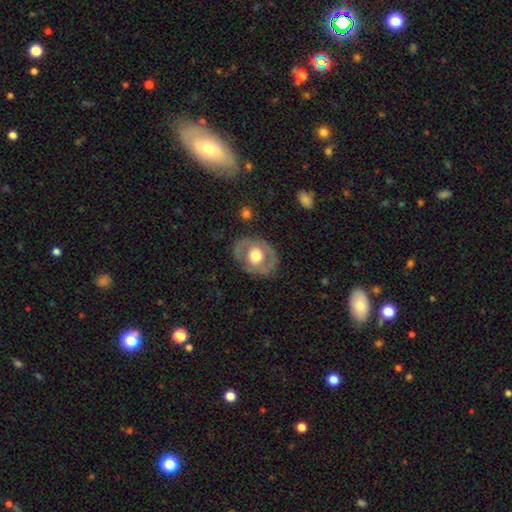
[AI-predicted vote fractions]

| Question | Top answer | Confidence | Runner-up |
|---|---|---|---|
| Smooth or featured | featured or disk | 55% | smooth (39%) |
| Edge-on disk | no | 94% | yes (6%) |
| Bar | no | 81% | weak (15%) |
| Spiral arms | no | 71% | yes (29%) |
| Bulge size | large | 47% | moderate (44%) |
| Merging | none | 76% | minor disturbance (15%) |